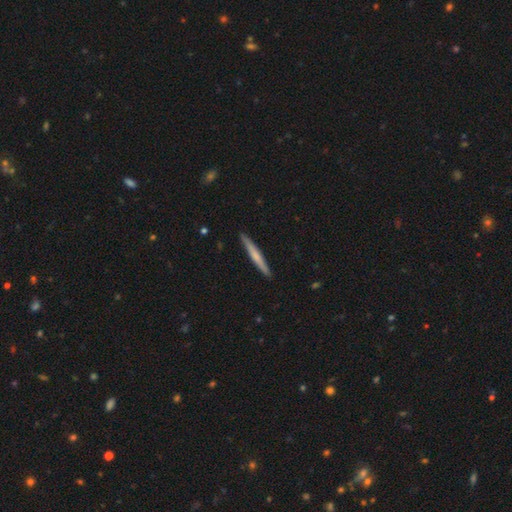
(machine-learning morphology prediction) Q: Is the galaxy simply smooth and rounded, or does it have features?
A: smooth — 54%.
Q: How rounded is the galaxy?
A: cigar-shaped — 97%.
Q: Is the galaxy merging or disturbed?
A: none — 91%.